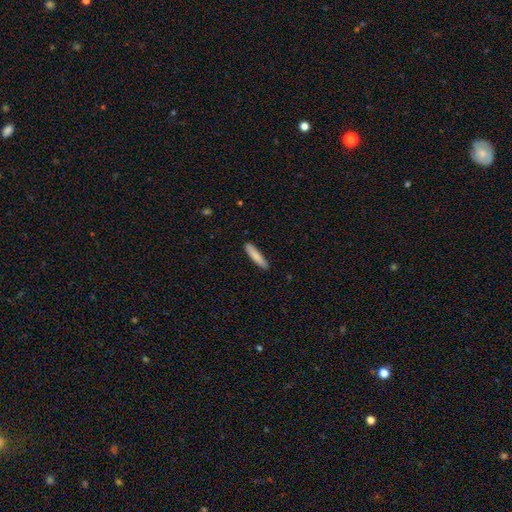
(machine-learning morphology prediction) This appears to be a smooth galaxy with no disk features (84%) that is cigar-shaped (85%). Merging: none (88%).